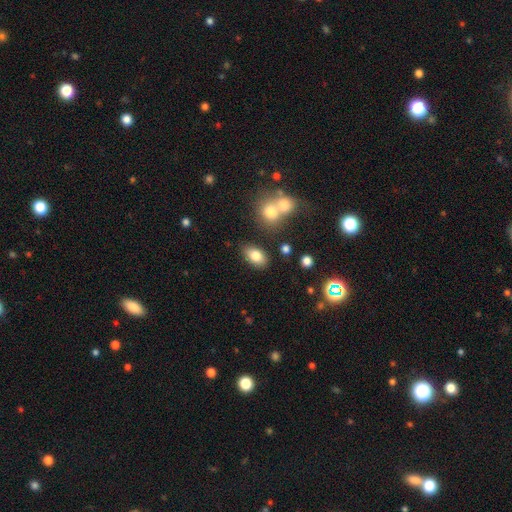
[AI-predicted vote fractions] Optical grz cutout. It shows a smooth galaxy with no disk features (80%) that is in between round and cigar-shaped (88%). Merging: none (79%).